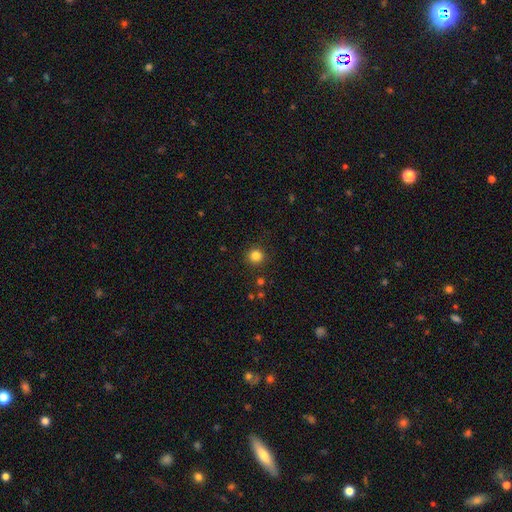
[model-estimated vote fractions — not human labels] A smooth galaxy with no disk features (83%) that is round (94%). Merging: none (91%).